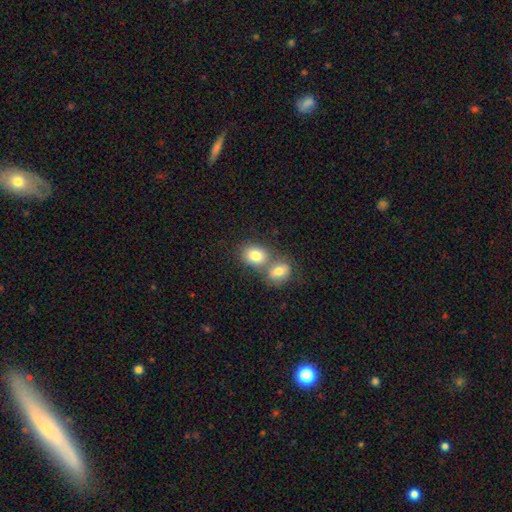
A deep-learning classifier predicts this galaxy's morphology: A smooth galaxy with no disk features (80%) that is in between round and cigar-shaped (55%).

Vote fractions:
- Smooth or featured? smooth: 80% / featured or disk: 11% / star or artifact: 9%
- How rounded? in between: 55% / round: 44% / cigar-shaped: 1%
- Merging? merger: 50% / none: 39% / minor disturbance: 8% / major disturbance: 3%